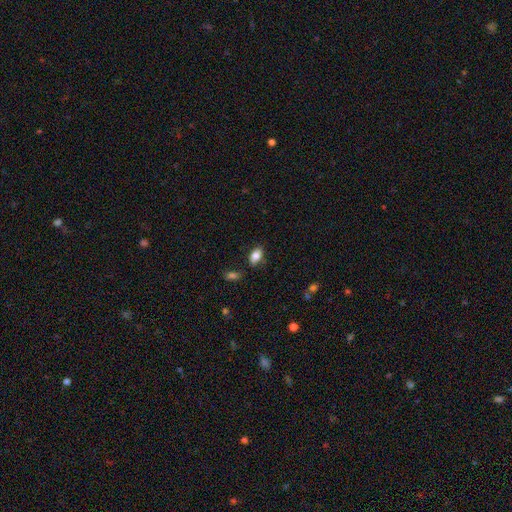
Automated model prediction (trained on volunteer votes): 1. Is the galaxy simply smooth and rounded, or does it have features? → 80% smooth, 12% featured or disk, 8% star or artifact.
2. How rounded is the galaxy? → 90% in between, 6% round, 4% cigar-shaped.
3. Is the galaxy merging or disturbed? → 80% none, 14% minor disturbance, 3% merger, 3% major disturbance.